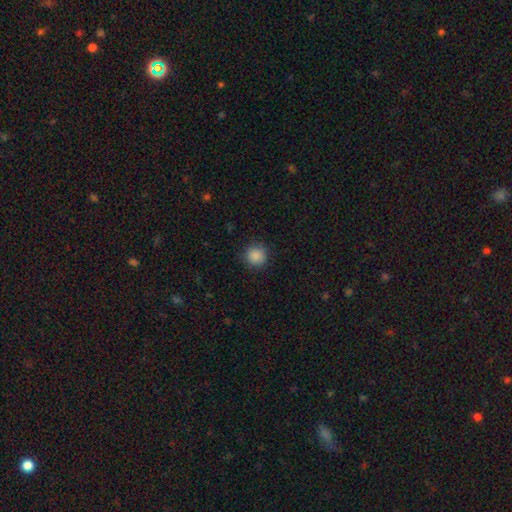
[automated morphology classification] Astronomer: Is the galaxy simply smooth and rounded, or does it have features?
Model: smooth — 88%.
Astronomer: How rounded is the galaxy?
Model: round — 94%.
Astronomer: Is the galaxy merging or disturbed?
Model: none — 88%.